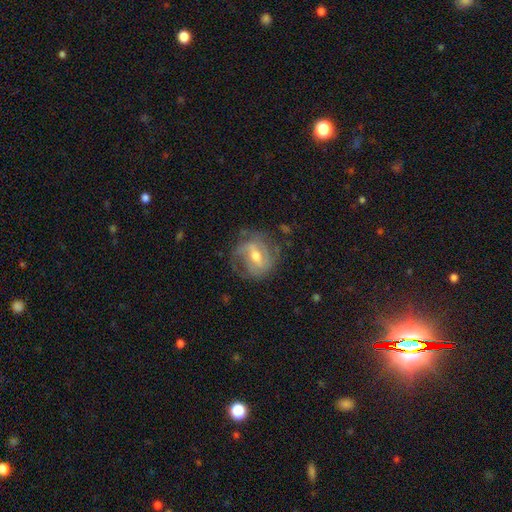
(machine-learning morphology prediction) Smooth or featured? featured or disk (77%)
Edge-on disk? no (96%)
Bar? weak (48%)
Spiral arms? yes (85%)
Spiral winding? medium (42%)
Spiral arm count? 2 (51%)
Bulge size? moderate (69%)
Merging? none (64%)